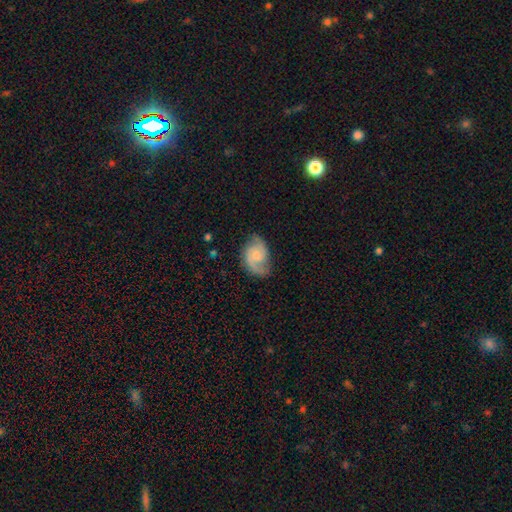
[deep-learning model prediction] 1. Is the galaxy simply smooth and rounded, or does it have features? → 76% featured or disk, 18% smooth, 6% star or artifact.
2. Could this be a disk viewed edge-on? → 97% no, 3% yes.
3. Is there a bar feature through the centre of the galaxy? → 65% no, 31% weak, 4% strong.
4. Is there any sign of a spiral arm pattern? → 95% yes, 5% no.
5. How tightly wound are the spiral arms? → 49% medium, 30% tight, 21% loose.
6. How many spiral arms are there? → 80% 2, 10% 1, 6% can't tell, 2% 3, 1% 4, 1% more than 4.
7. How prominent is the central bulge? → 53% small, 34% moderate, 9% none, 3% large, 1% dominant.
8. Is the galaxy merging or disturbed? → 71% none, 20% minor disturbance, 8% major disturbance, 1% merger.